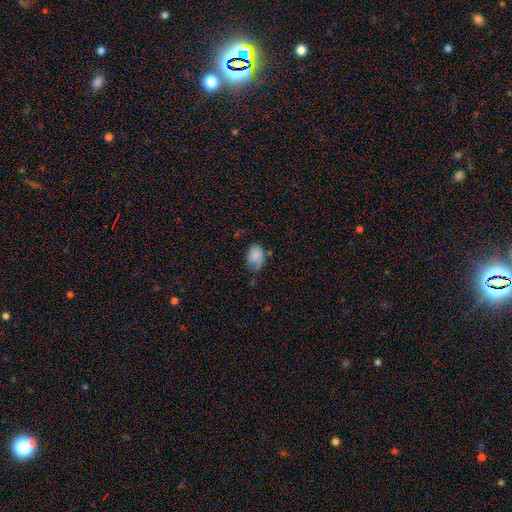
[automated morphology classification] The model was most divided on "merging": none: 49%, minor disturbance: 36%, major disturbance: 10%, merger: 5%. More confident: smooth or featured — smooth (81%); how rounded — in between (74%).